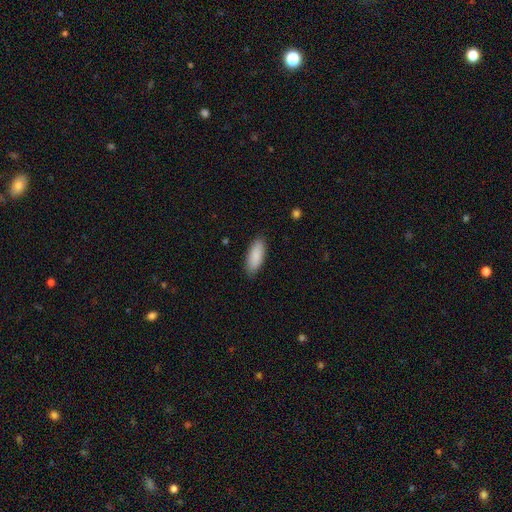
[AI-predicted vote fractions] Overall: smooth (89%). How rounded: in between (75%). Merging: none (87%).